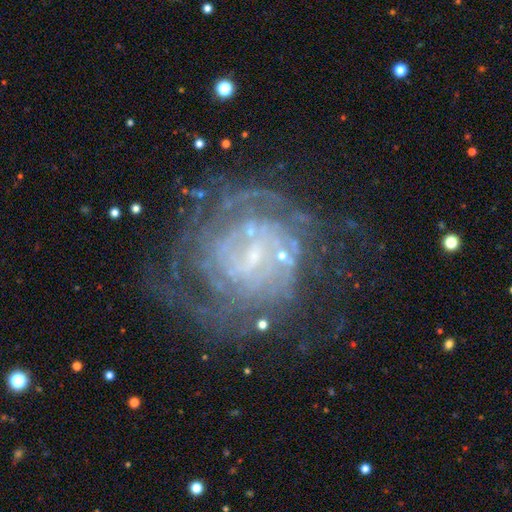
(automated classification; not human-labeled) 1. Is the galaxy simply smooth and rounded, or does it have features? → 82% featured or disk, 10% star or artifact, 9% smooth.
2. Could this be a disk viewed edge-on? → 98% no, 2% yes.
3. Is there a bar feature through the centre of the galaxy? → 44% weak, 42% no, 14% strong.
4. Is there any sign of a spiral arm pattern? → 86% yes, 14% no.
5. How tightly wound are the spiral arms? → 65% tight, 26% medium, 9% loose.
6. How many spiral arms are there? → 48% can't tell, 16% 2, 11% 3, 10% 4, 8% more than 4, 6% 1.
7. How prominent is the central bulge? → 65% small, 20% none, 11% moderate, 2% large, 1% dominant.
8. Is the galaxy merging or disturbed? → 59% none, 19% major disturbance, 18% minor disturbance, 4% merger.